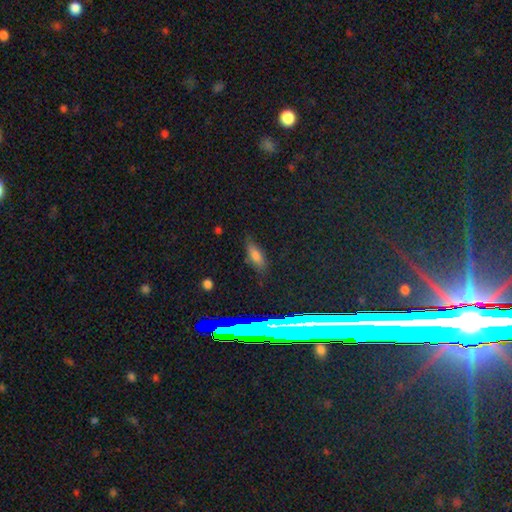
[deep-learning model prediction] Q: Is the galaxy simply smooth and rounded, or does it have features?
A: smooth — 68%.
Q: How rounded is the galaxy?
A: in between — 67%.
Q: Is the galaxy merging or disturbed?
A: none — 74%.